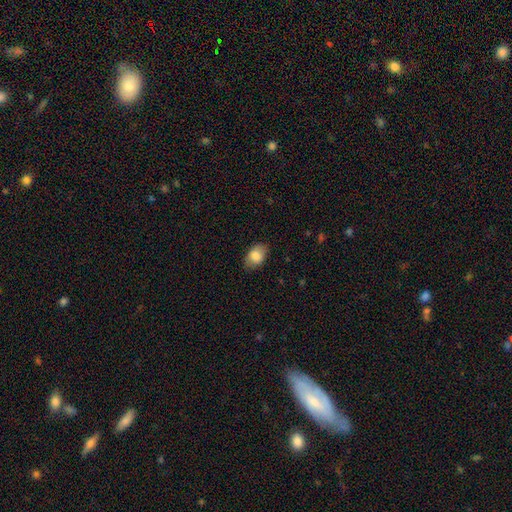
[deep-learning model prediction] The model was most divided on "merging": none: 81%, minor disturbance: 15%, major disturbance: 4%, merger: 1%. More confident: how rounded — in between (86%); smooth or featured — smooth (83%).